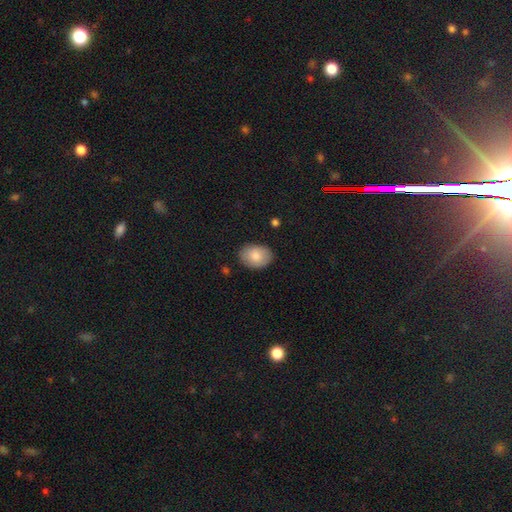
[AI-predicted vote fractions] This is clearly a smooth galaxy (84%). How rounded: likely in between (75%). Merging: clearly none (84%).